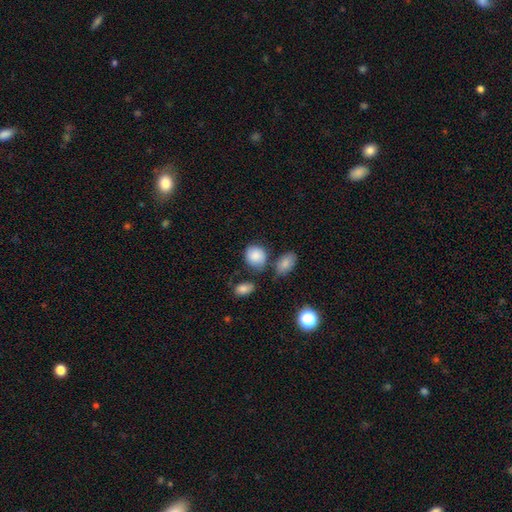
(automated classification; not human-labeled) The model was most divided on "how rounded": round: 63%, in between: 36%, cigar-shaped: 1%. More confident: smooth or featured — smooth (84%); merging — none (60%).